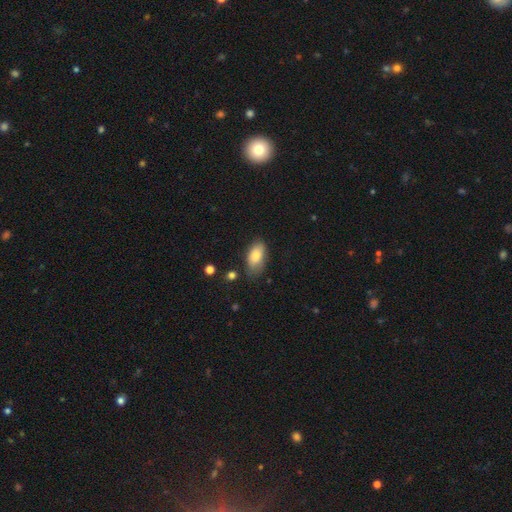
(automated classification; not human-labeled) smooth_or_featured: smooth (p=0.82) [alt: featured or disk p=0.11]
how_rounded: in between (p=0.92) [alt: cigar-shaped p=0.04]
merging: none (p=0.69) [alt: minor disturbance p=0.23]